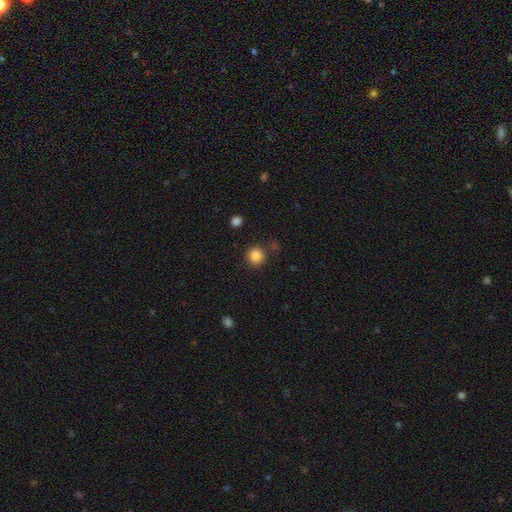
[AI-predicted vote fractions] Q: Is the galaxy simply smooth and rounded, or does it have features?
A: smooth — 85%.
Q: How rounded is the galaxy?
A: round — 91%.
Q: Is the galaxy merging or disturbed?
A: none — 84%.